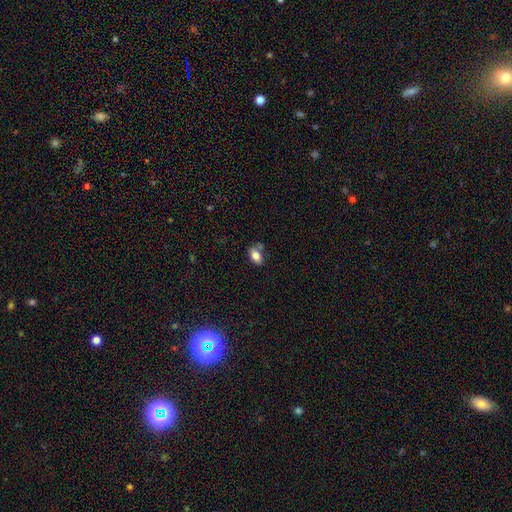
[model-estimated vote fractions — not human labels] Overall: smooth (82%). How rounded: in between (90%). Merging: none (62%).